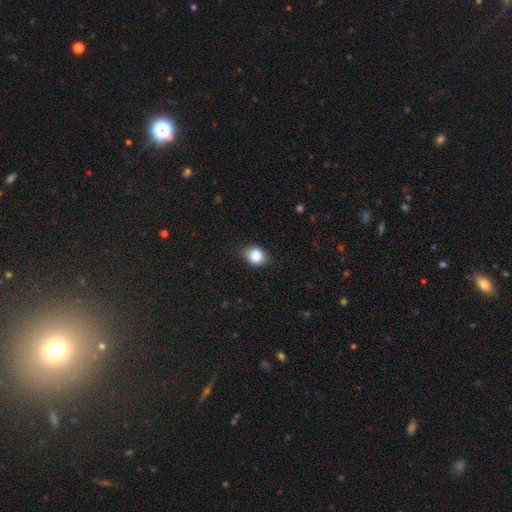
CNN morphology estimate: The model was most divided on "how rounded": in between: 55%, round: 44%, cigar-shaped: 1%. More confident: smooth or featured — smooth (84%); merging — none (79%).